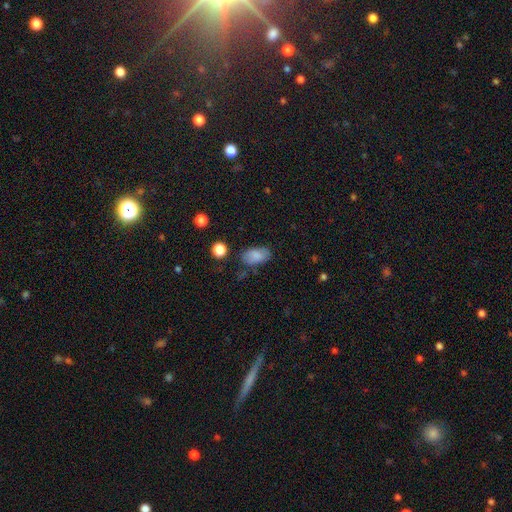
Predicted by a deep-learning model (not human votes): Smooth or featured? Predicted: smooth (p=0.84). How rounded? Predicted: in between (p=0.92). Merging? Predicted: none (p=0.76).